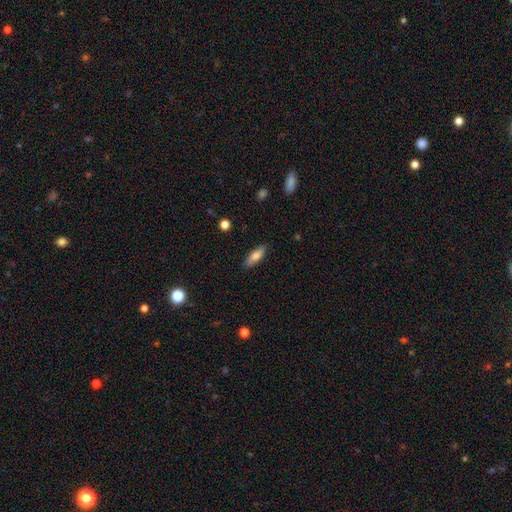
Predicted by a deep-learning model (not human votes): Q: Smooth or featured?
A: smooth (77%); runner-up: featured or disk (17%)
Q: How rounded?
A: in between (54%); runner-up: cigar-shaped (44%)
Q: Merging?
A: none (86%); runner-up: minor disturbance (11%)